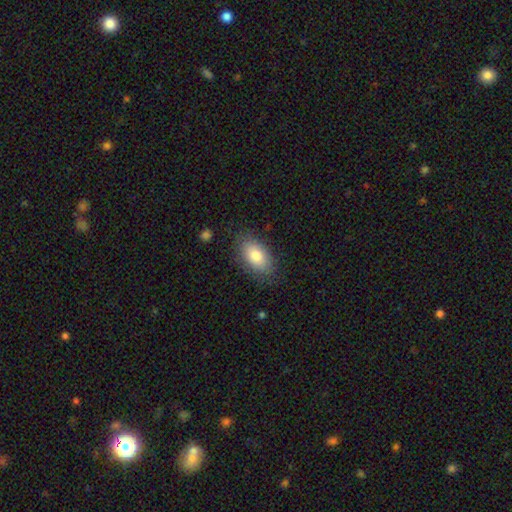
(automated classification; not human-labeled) This appears to be a smooth galaxy with no disk features (82%) that is in between round and cigar-shaped (92%). Merging: none (82%).